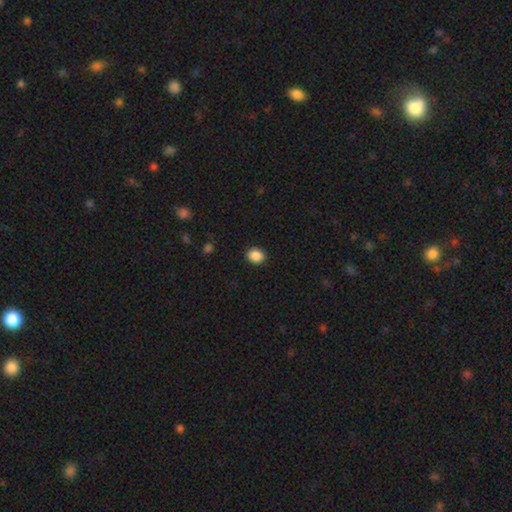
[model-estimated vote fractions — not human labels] This is clearly a smooth galaxy (89%). How rounded: possibly round (56%). Merging: clearly none (90%).